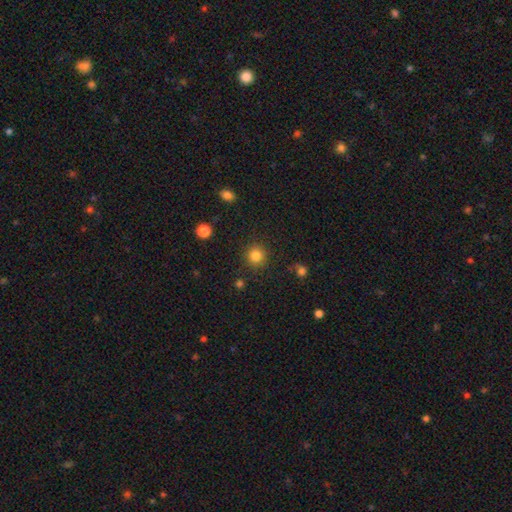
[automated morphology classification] A smooth galaxy with no disk features (84%) that is round (93%). Merging: none (90%).